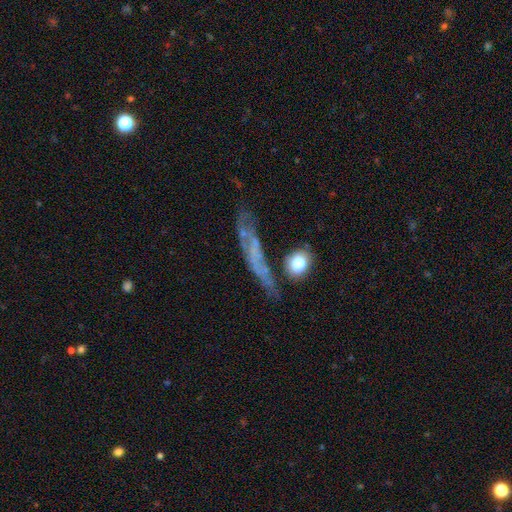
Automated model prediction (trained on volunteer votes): A featured or disk galaxy (51%) viewed edge-on (54%). Merging: none (52%).